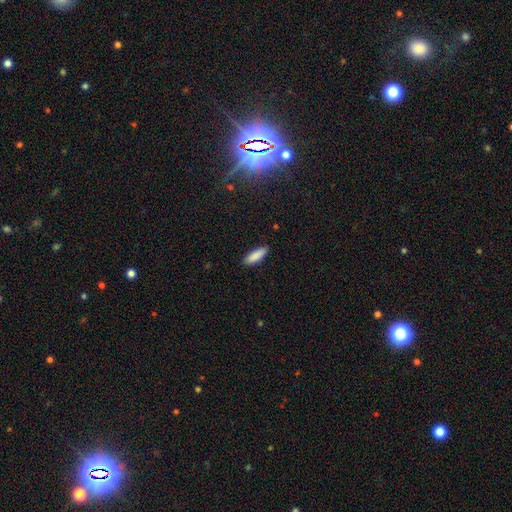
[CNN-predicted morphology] Smooth or featured: smooth — 89% (star or artifact — 6%)
How rounded: in between — 52% (cigar-shaped — 46%)
Merging: none — 88% (minor disturbance — 9%)